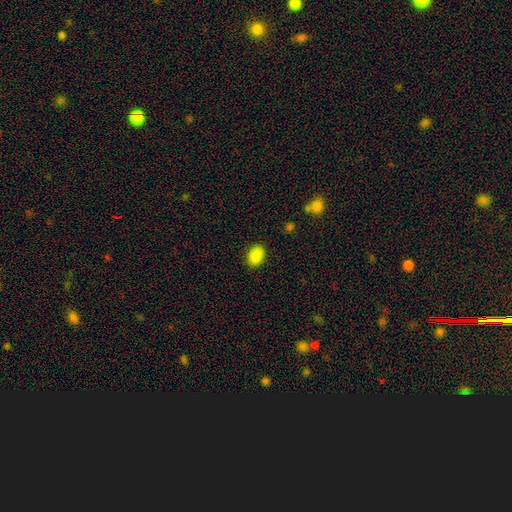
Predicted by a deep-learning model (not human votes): Smooth or featured: smooth — 87% (star or artifact — 10%)
How rounded: in between — 79% (round — 20%)
Merging: none — 83% (minor disturbance — 13%)